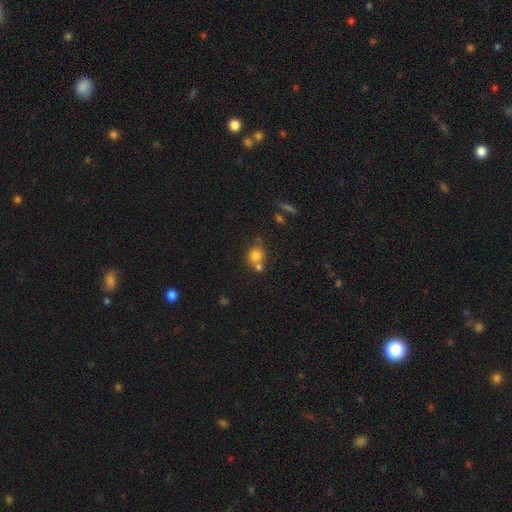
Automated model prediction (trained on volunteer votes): Morphology: type=smooth (77%); roundness=round (76%); merging=none (46%).